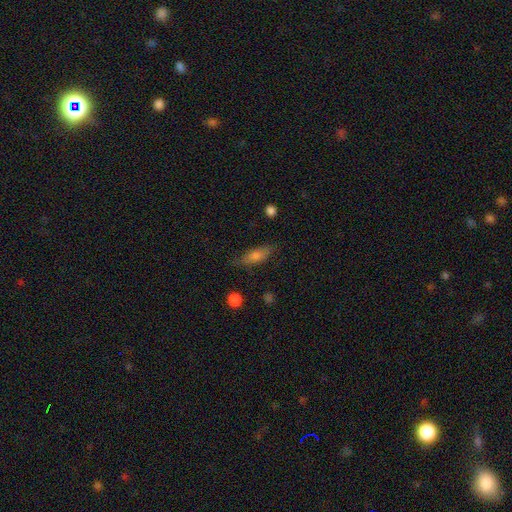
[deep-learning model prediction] This is likely a smooth galaxy (72%). How rounded: possibly in between (58%). Merging: likely none (76%).